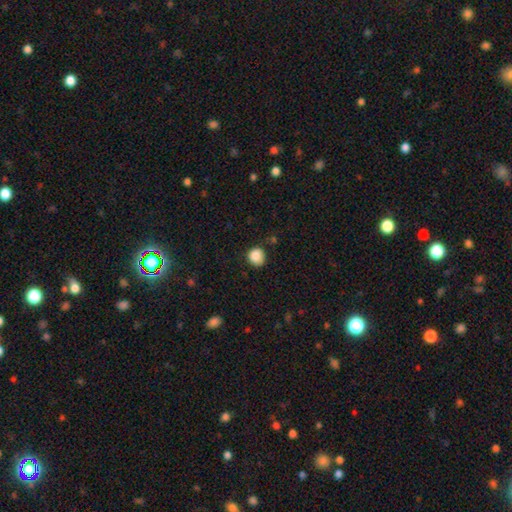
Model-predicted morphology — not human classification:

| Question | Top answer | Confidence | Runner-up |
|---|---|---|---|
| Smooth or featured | smooth | 86% | star or artifact (10%) |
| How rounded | round | 88% | in between (11%) |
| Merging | none | 81% | minor disturbance (14%) |